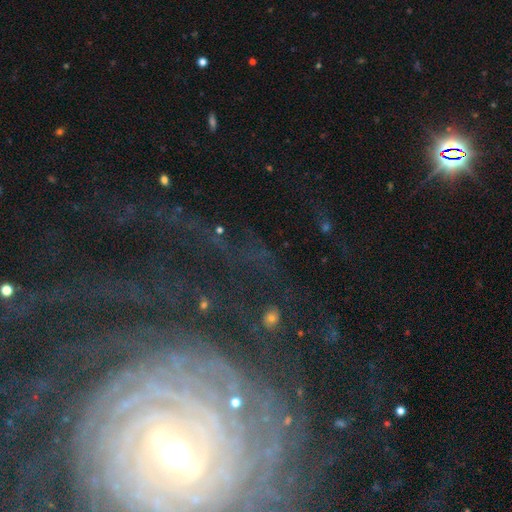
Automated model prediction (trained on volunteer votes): featured or disk 53%, star or artifact 32%, smooth 15%. Down the decision tree: edge-on disk — no (85%); merging — none (68%).